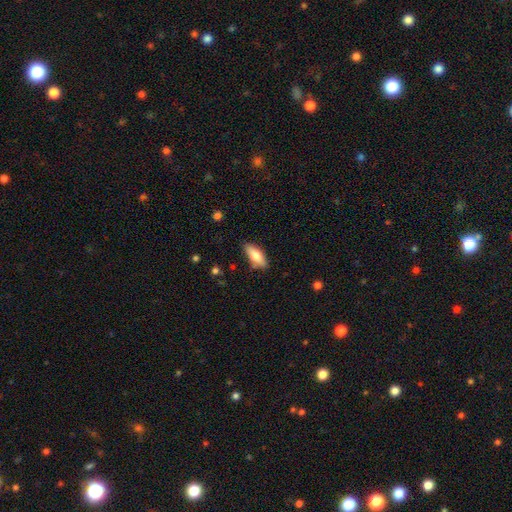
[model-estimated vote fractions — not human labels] smooth-or-featured: smooth: 83% | featured or disk: 11% | star or artifact: 6%
  how-rounded: in between: 76% | cigar-shaped: 22% | round: 2%
  merging: none: 81% | minor disturbance: 15% | major disturbance: 3% | merger: 2%